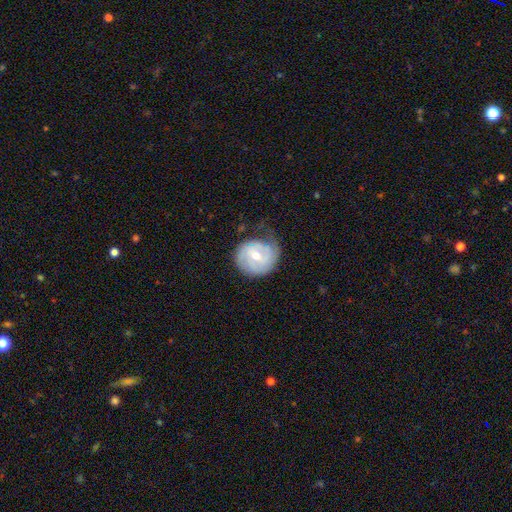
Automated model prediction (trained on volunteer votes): Smooth or featured?
  - featured or disk: 70% *
  - smooth: 24%
  - star or artifact: 6%
Edge-on disk?
  - no: 97% *
  - yes: 3%
Bar?
  - weak: 51% *
  - no: 32%
  - strong: 17%
Spiral arms?
  - yes: 86% *
  - no: 14%
Spiral winding?
  - tight: 58% *
  - medium: 30%
  - loose: 12%
Spiral arm count?
  - 2: 44% *
  - can't tell: 32%
  - 3: 10%
  - 1: 7%
  - 4: 3%
  - more than 4: 3%
Bulge size?
  - moderate: 54% *
  - small: 43%
  - large: 2%
  - none: 1%
  - dominant: 1%
Merging?
  - none: 56% *
  - minor disturbance: 29%
  - major disturbance: 14%
  - merger: 2%